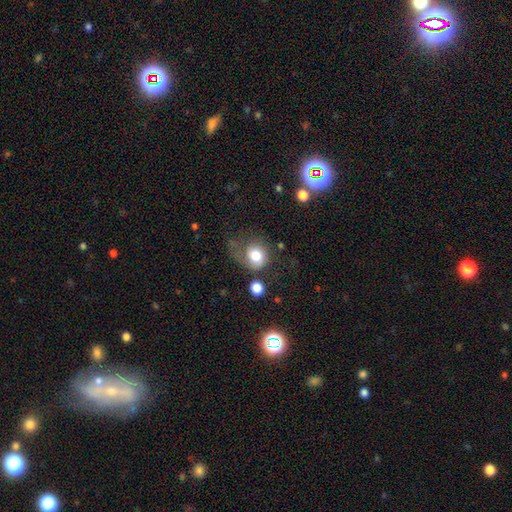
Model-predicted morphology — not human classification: Overall: smooth (72%). How rounded: round (72%). Merging: none (39%; major disturbance 30%).